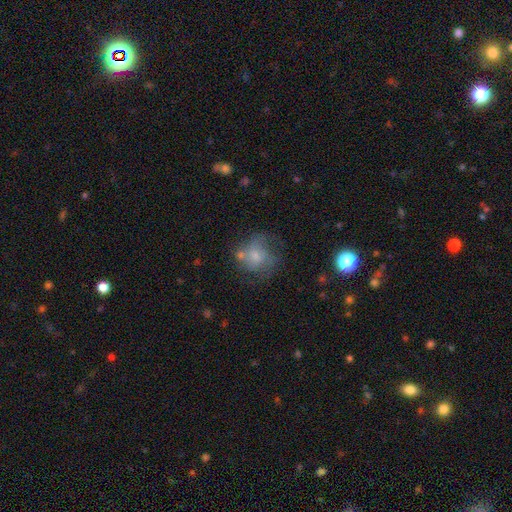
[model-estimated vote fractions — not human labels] This is possibly a smooth galaxy (49%). Merging: marginally none (42%).